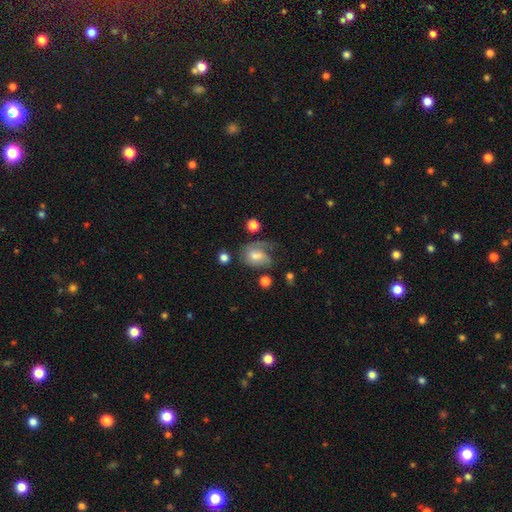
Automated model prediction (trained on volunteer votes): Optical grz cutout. It shows a smooth galaxy with no disk features (47%). Merging: major disturbance (34%).